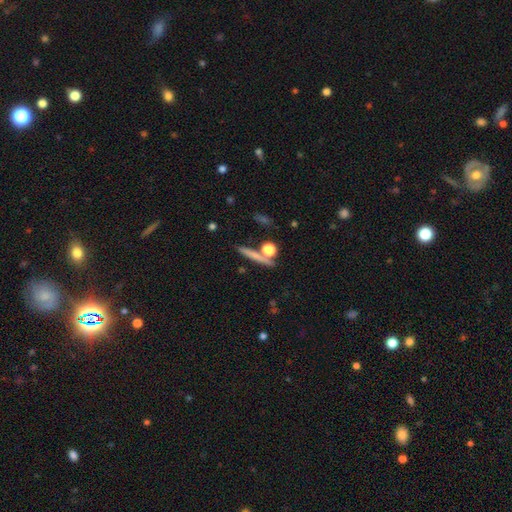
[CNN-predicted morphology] Q: Smooth or featured?
A: smooth (62%); runner-up: featured or disk (27%)
Q: How rounded?
A: cigar-shaped (69%); runner-up: round (22%)
Q: Merging?
A: none (76%); runner-up: merger (11%)